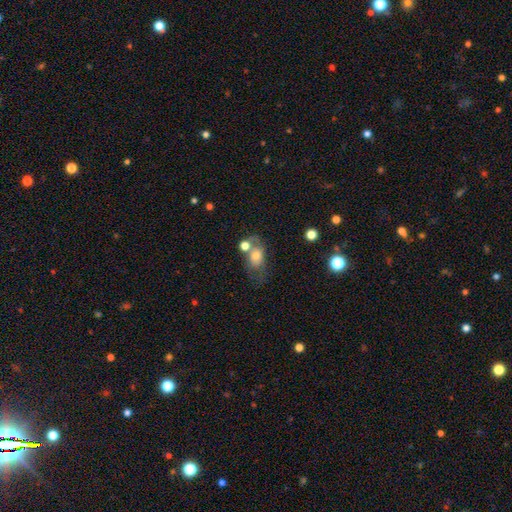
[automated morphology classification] Smooth or featured? Predicted: smooth (p=0.62). How rounded? Predicted: in between (p=0.75). Merging? Predicted: none (p=0.35).